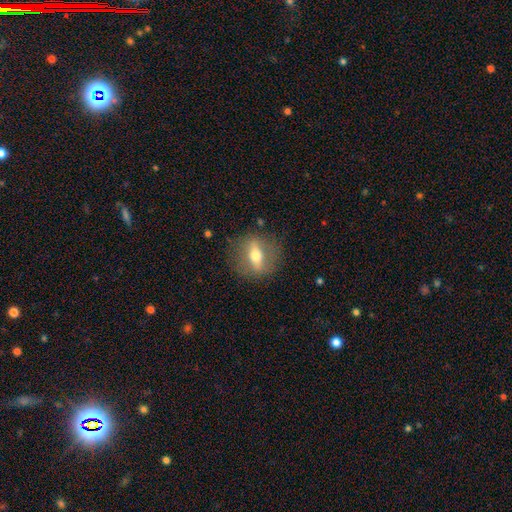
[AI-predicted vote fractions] Smooth or featured?
  - featured or disk: 58% *
  - smooth: 34%
  - star or artifact: 8%
Edge-on disk?
  - no: 51% *
  - yes: 49%
Merging?
  - none: 83% *
  - minor disturbance: 10%
  - major disturbance: 5%
  - merger: 1%